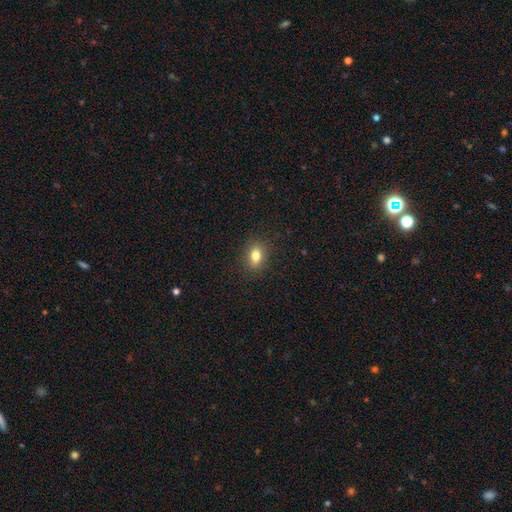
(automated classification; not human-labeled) This appears to be a smooth galaxy with no disk features (80%) that is in between round and cigar-shaped (67%). Merging: none (88%).